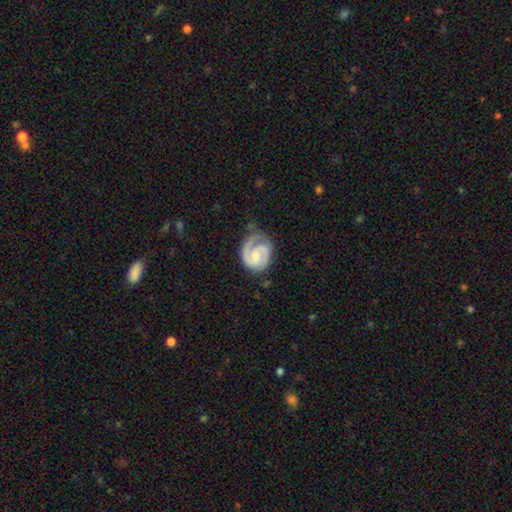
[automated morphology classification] This appears to be a featured or disk galaxy (86%) with no bar (53%), 2 (70%) tight (50%) spiral arms (97%) and a small central bulge (43%). Merging: none (63%).